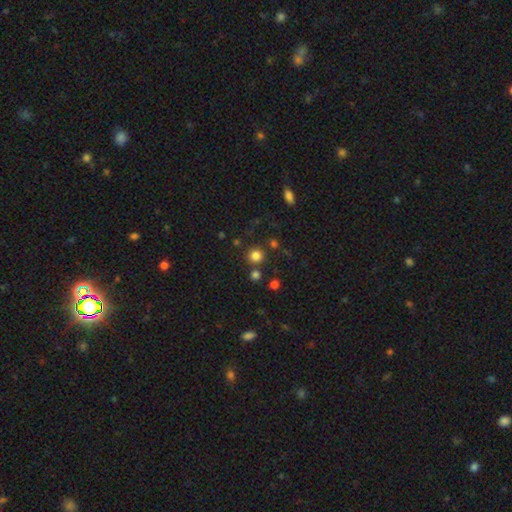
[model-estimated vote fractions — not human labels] Smooth or featured? smooth (80%)
How rounded? round (92%)
Merging? none (81%)